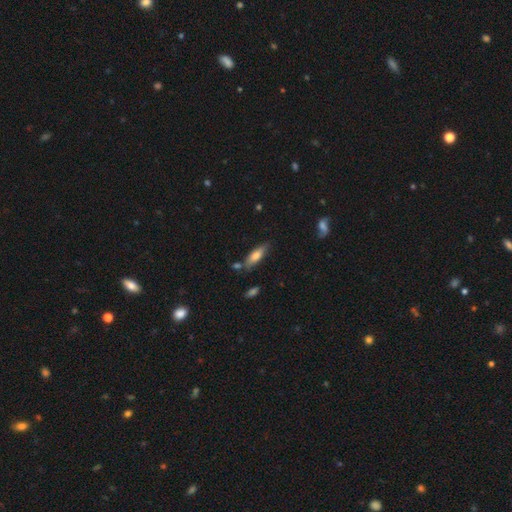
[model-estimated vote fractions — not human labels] Smooth or featured? smooth (71%)
How rounded? cigar-shaped (49%, tied with in between)
Merging? none (73%)